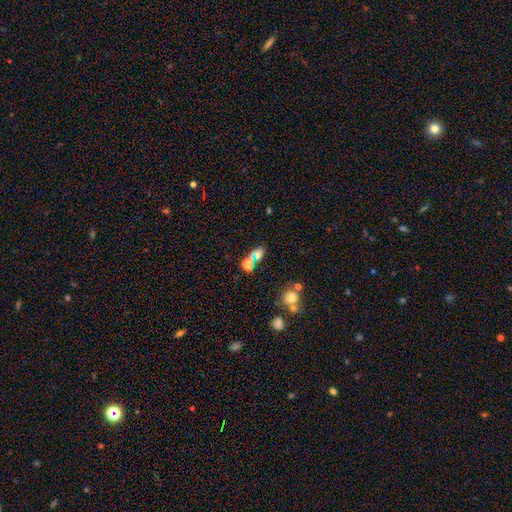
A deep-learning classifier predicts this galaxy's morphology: Smooth or featured: smooth — 65% (star or artifact — 22%)
How rounded: in between — 69% (round — 28%)
Merging: none — 57% (merger — 25%)